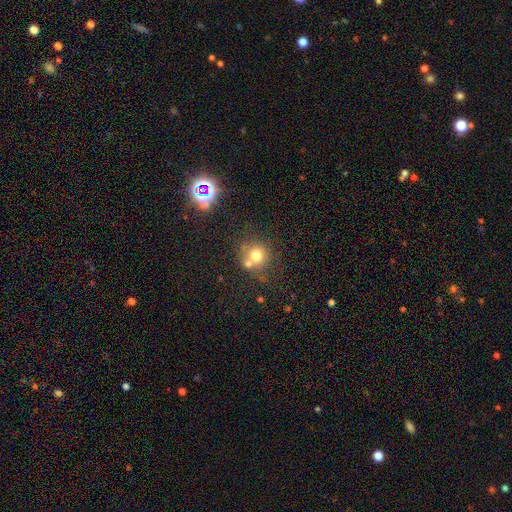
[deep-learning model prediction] Q: Smooth or featured?
A: smooth (70%); runner-up: featured or disk (15%)
Q: How rounded?
A: round (87%); runner-up: in between (12%)
Q: Merging?
A: none (53%); runner-up: merger (32%)